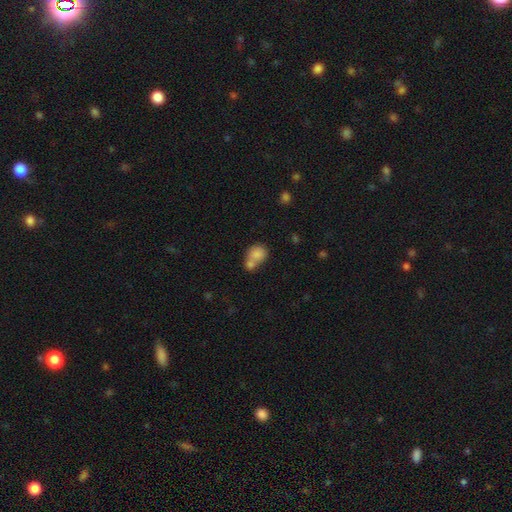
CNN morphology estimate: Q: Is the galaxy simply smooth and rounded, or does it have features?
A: smooth — 81%.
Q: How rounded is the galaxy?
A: round — 64%.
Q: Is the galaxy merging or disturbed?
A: merger — 58%.